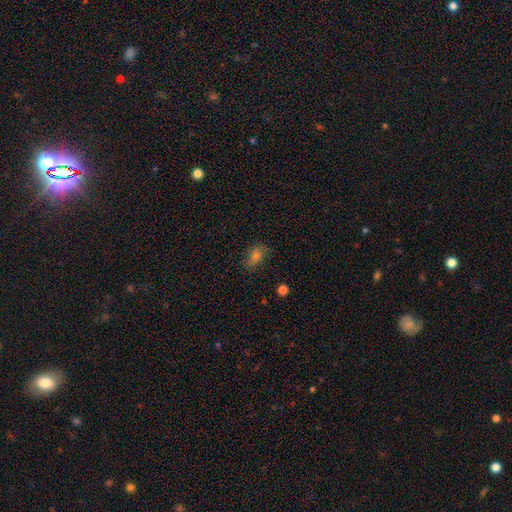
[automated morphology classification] Overall: smooth (62%). How rounded: in between (75%). Merging: none (73%).